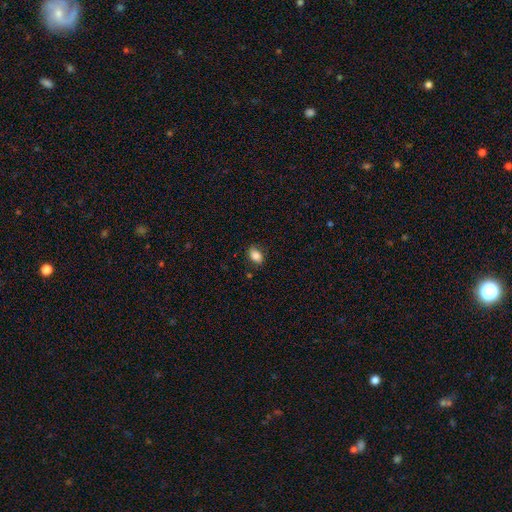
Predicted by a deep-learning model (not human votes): smooth 86%, star or artifact 9%, featured or disk 6%. Down the decision tree: how rounded — in between (84%); merging — none (85%).